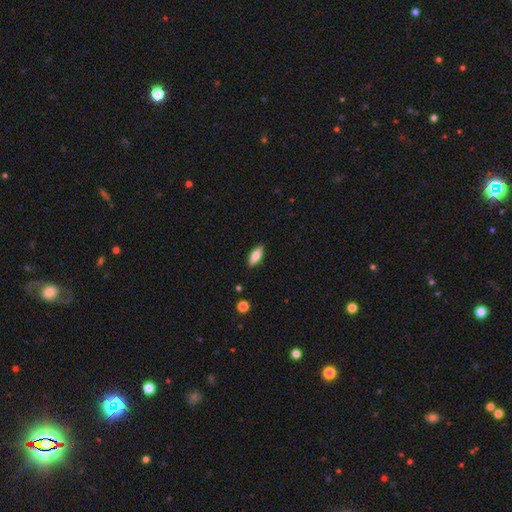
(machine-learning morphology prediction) smooth-or-featured: smooth: 70% | featured or disk: 23% | star or artifact: 6%
  how-rounded: in between: 72% | cigar-shaped: 26% | round: 2%
  merging: none: 89% | minor disturbance: 8% | major disturbance: 2% | merger: 1%